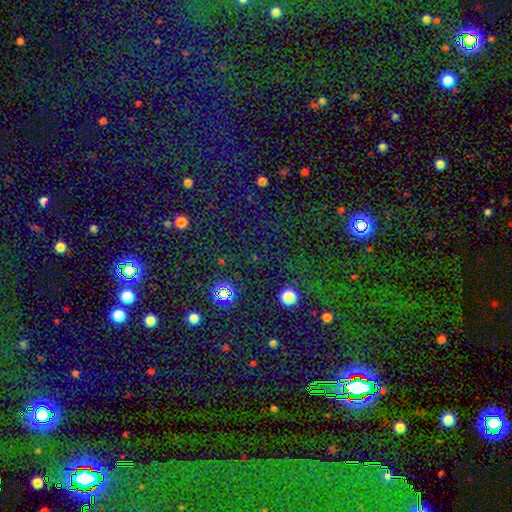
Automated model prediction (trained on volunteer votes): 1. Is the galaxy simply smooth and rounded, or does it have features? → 73% star or artifact, 19% smooth, 8% featured or disk.